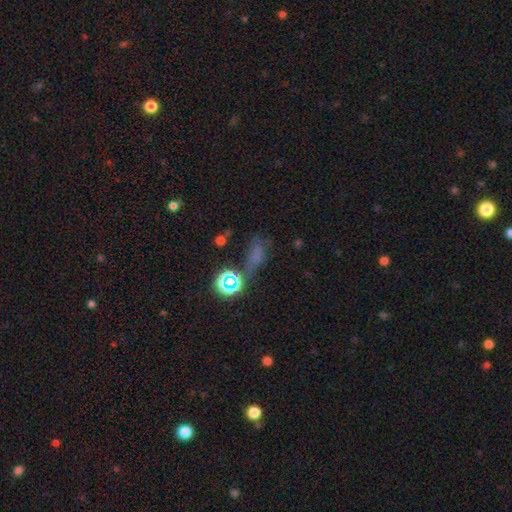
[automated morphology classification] A smooth galaxy with no disk features (44%).

Vote fractions:
- Smooth or featured? smooth: 44% / star or artifact: 40% / featured or disk: 16%
- Merging? none: 47% / minor disturbance: 22% / major disturbance: 20% / merger: 12%